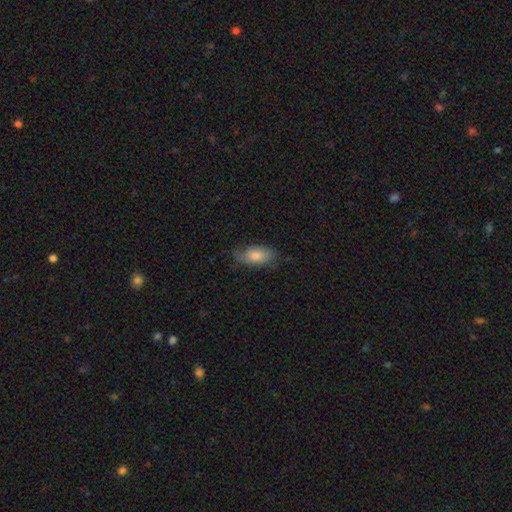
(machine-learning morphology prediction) This appears to be a smooth galaxy with no disk features (72%) that is in between round and cigar-shaped (90%). Merging: none (68%).